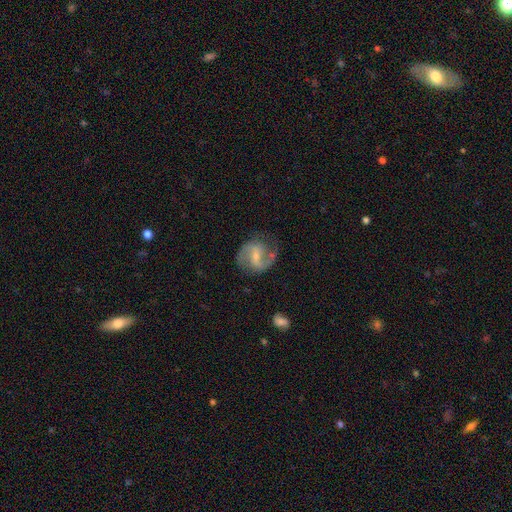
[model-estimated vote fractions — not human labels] The model was most divided on "spiral winding": medium: 53%, loose: 31%, tight: 16%. Remaining: edge-on disk — no (98%); spiral arms — yes (95%); spiral arm count — 2 (88%); smooth or featured — featured or disk (85%); merging — none (71%); bulge size — small (61%); bar — weak (50%).